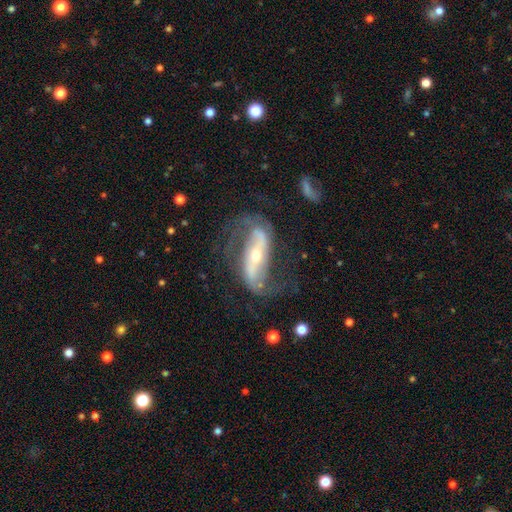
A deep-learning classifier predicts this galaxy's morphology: The model was most divided on "spiral winding": loose: 52%, medium: 36%, tight: 12%. More confident: spiral arms — yes (94%); edge-on disk — no (92%); spiral arm count — 2 (91%); smooth or featured — featured or disk (88%); merging — none (67%); bar — strong (62%); bulge size — small (56%).